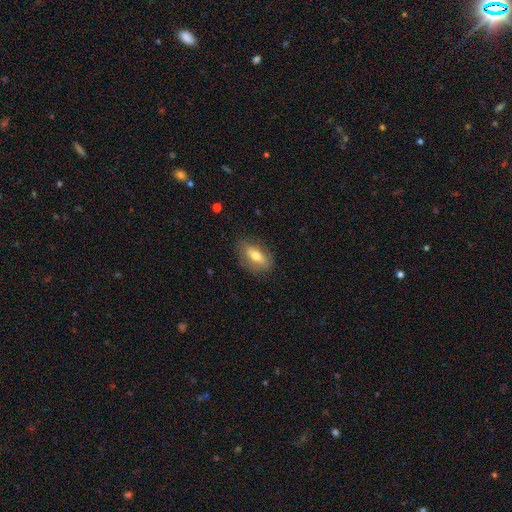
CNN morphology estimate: Smooth or featured: smooth — 65% (featured or disk — 28%)
How rounded: in between — 78% (cigar-shaped — 15%)
Merging: none — 80% (minor disturbance — 15%)